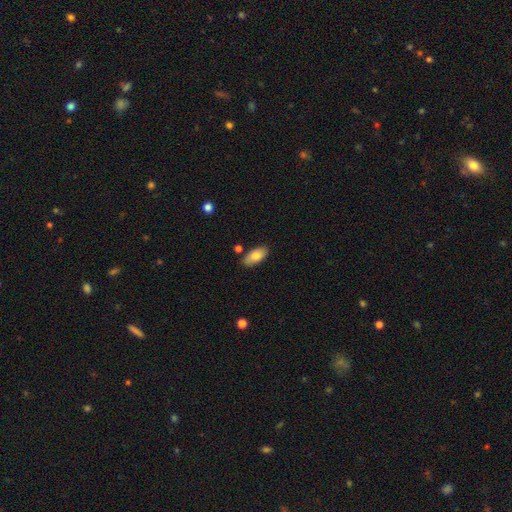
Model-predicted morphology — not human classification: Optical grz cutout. It shows a smooth galaxy with no disk features (80%) that is in between round and cigar-shaped (91%). Merging: none (83%).